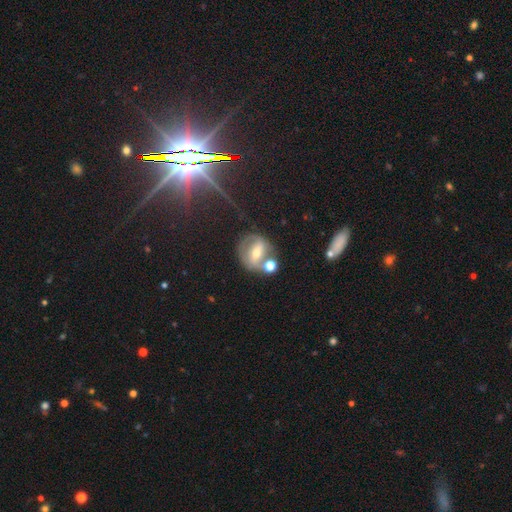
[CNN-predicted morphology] Overall: featured or disk (51%; smooth 27%). Edge-on disk: no (84%). Merging: none (65%).